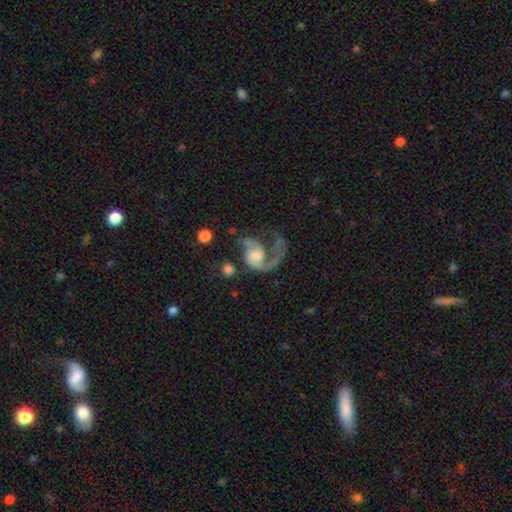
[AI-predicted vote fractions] Q: Smooth or featured?
A: featured or disk (82%); runner-up: smooth (11%)
Q: Edge-on disk?
A: no (98%); runner-up: yes (2%)
Q: Bar?
A: no (60%); runner-up: weak (33%)
Q: Spiral arms?
A: yes (93%); runner-up: no (7%)
Q: Spiral winding?
A: loose (48%); runner-up: medium (41%)
Q: Spiral arm count?
A: 2 (47%); runner-up: 1 (45%)
Q: Bulge size?
A: moderate (39%); runner-up: small (25%)
Q: Merging?
A: major disturbance (44%); runner-up: none (32%)